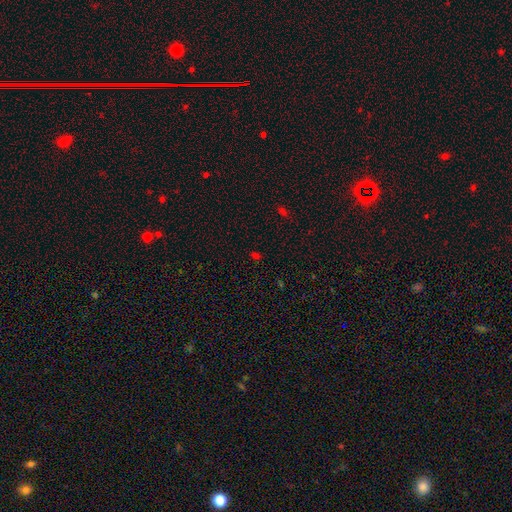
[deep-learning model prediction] smooth_or_featured: star or artifact (p=0.50) [alt: smooth p=0.44]